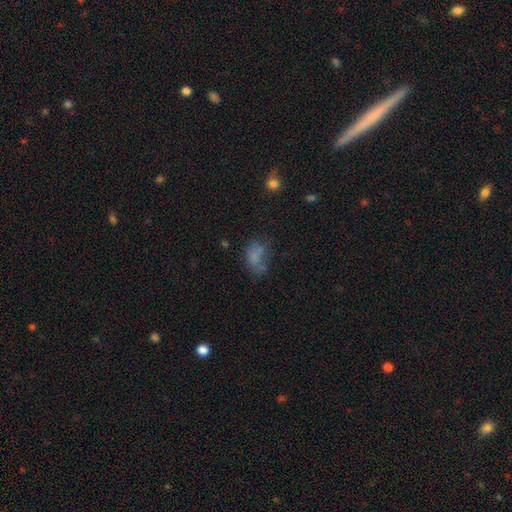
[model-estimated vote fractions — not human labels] This appears to be a smooth galaxy with no disk features (64%) that is in between round and cigar-shaped (83%). Merging: none (41%).